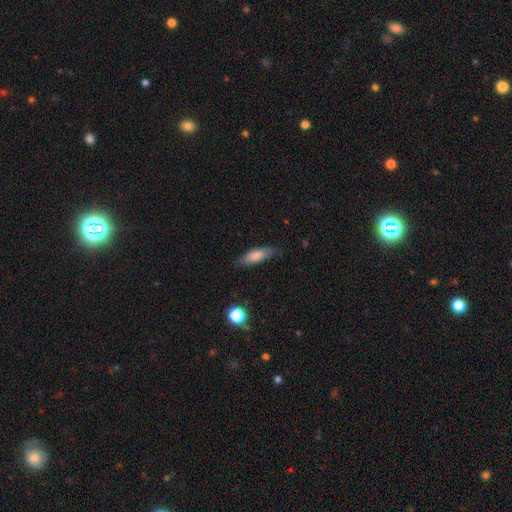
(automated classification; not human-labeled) The model was most divided on "how rounded" (2-way tie): in between: 49%, cigar-shaped: 49%, round: 2%. More confident: merging — none (78%); smooth or featured — smooth (77%).